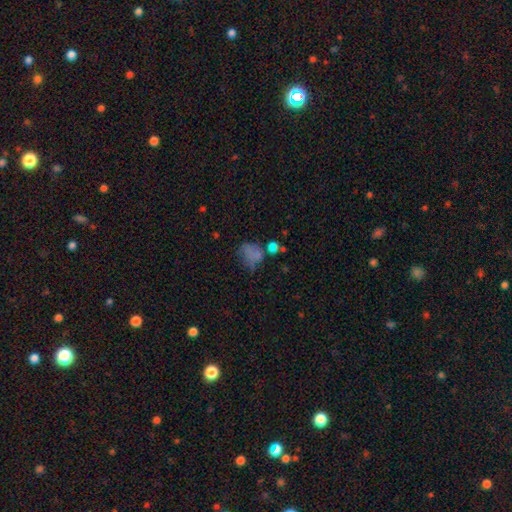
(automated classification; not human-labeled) The model was most divided on "merging": none: 36%, major disturbance: 22%, merger: 22%, minor disturbance: 20%. More confident: how rounded — in between (61%); smooth or featured — smooth (55%).